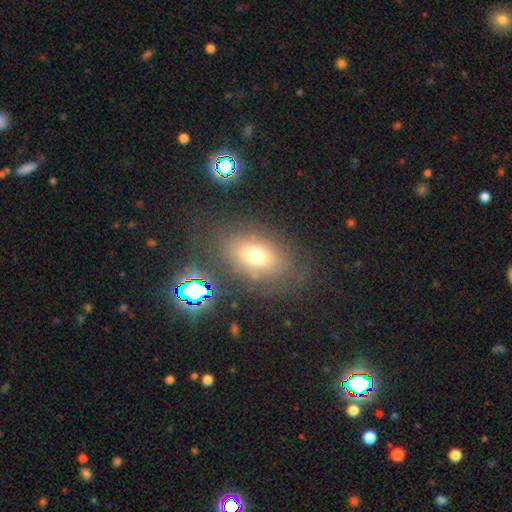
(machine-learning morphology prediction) Q: Smooth or featured?
A: smooth (64%); runner-up: star or artifact (18%)
Q: How rounded?
A: in between (77%); runner-up: round (21%)
Q: Merging?
A: none (73%); runner-up: minor disturbance (14%)